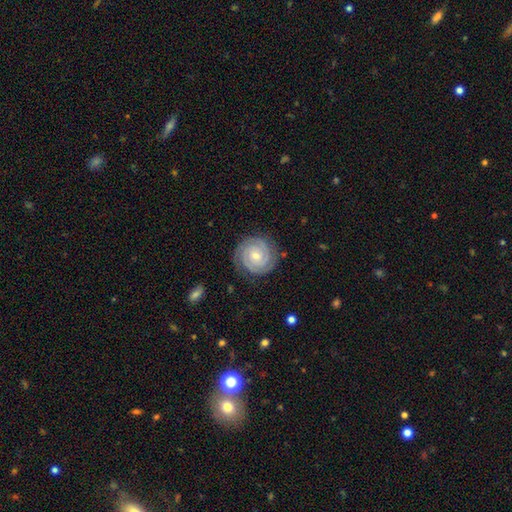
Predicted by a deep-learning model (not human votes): A featured or disk galaxy (87%) with no bar (64%), 2 (71%) tight (86%) spiral arms (98%) and a small central bulge (59%). Merging: none (84%).